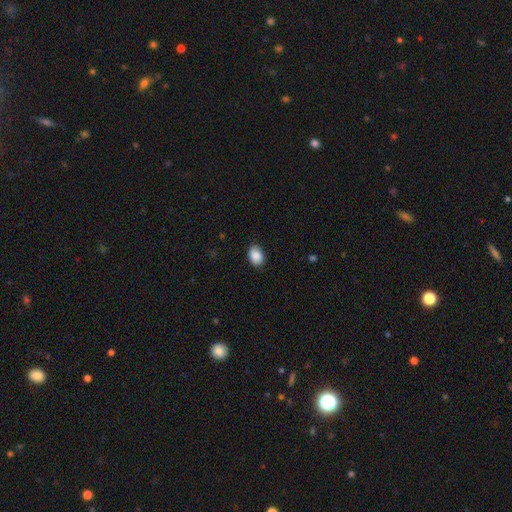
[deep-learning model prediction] A smooth galaxy with no disk features (89%) that is in between round and cigar-shaped (79%). Merging: none (85%).